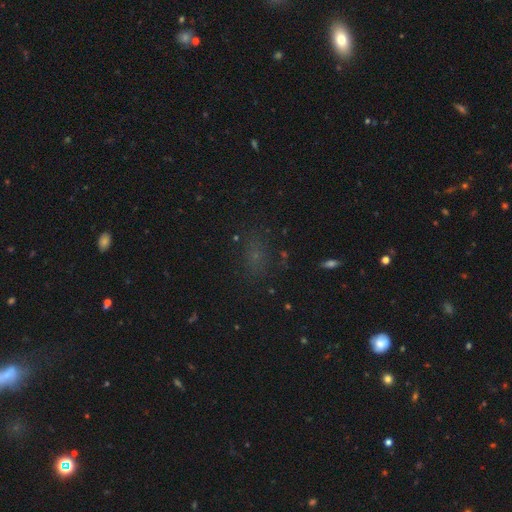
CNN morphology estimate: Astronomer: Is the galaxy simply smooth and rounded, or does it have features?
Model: smooth — 52% (runner-up: star or artifact, 37%).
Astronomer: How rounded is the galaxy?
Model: in between — 64%.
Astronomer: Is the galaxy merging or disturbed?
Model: none — 73%.